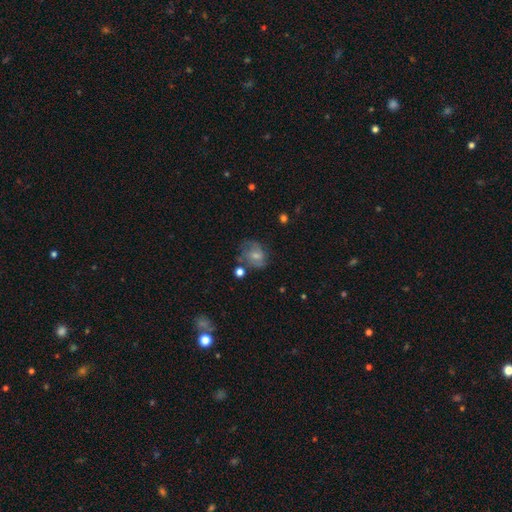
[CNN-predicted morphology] Smooth or featured: smooth — 48% (featured or disk — 43%)
Merging: none — 50% (minor disturbance — 27%)